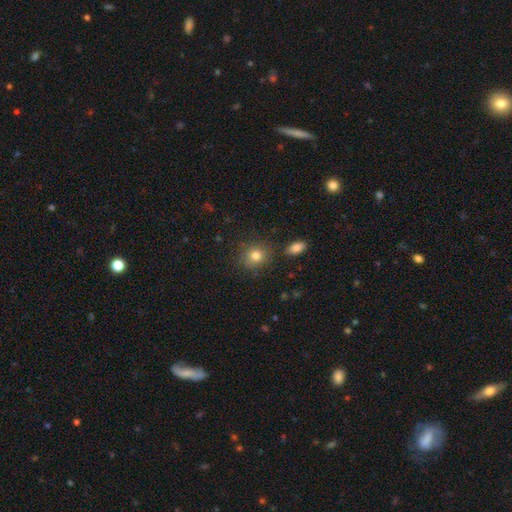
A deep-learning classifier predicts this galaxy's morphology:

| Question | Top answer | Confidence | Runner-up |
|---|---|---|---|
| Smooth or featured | smooth | 81% | star or artifact (11%) |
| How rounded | round | 78% | in between (21%) |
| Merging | none | 83% | minor disturbance (10%) |